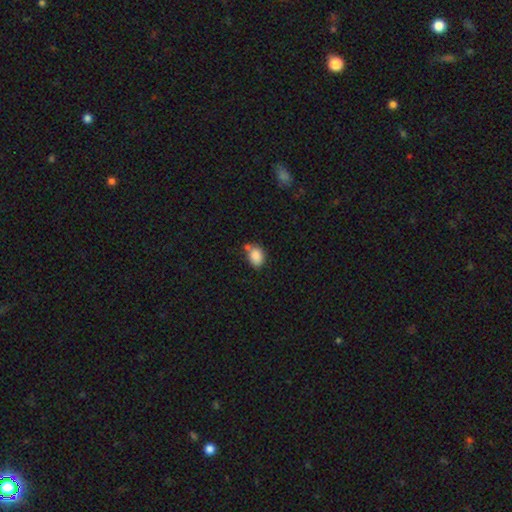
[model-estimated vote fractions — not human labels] smooth 86%, star or artifact 8%, featured or disk 5%. Down the decision tree: how rounded — in between (74%); merging — none (56%).